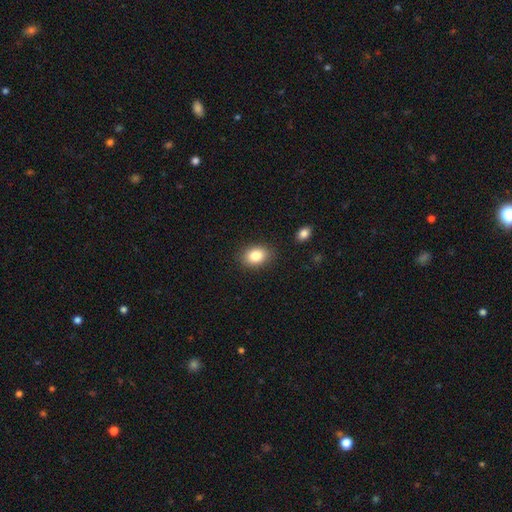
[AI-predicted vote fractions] The model was most divided on "how rounded": in between: 71%, round: 27%, cigar-shaped: 1%. More confident: merging — none (86%); smooth or featured — smooth (85%).